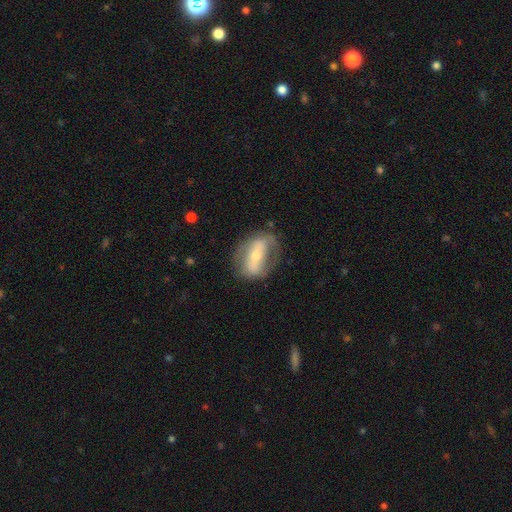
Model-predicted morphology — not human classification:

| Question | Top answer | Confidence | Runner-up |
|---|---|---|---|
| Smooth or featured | featured or disk | 59% | smooth (34%) |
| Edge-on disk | no | 86% | yes (14%) |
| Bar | strong | 56% | no (22%) |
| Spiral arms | no | 58% | yes (42%) |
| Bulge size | moderate | 49% | small (43%) |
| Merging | none | 65% | minor disturbance (21%) |